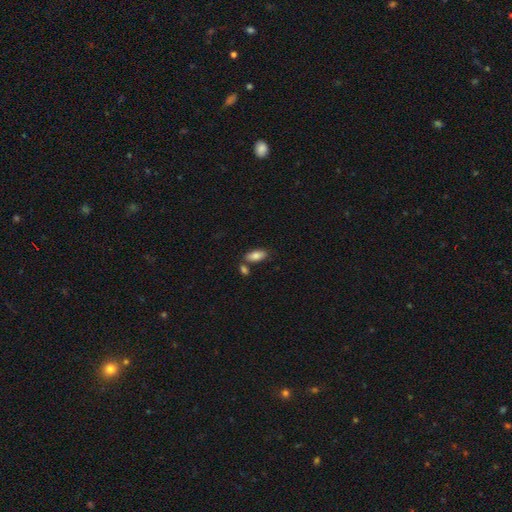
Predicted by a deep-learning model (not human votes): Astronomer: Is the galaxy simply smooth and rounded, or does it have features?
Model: smooth — 84%.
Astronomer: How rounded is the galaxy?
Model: in between — 90%.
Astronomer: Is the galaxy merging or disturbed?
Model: none — 69%.